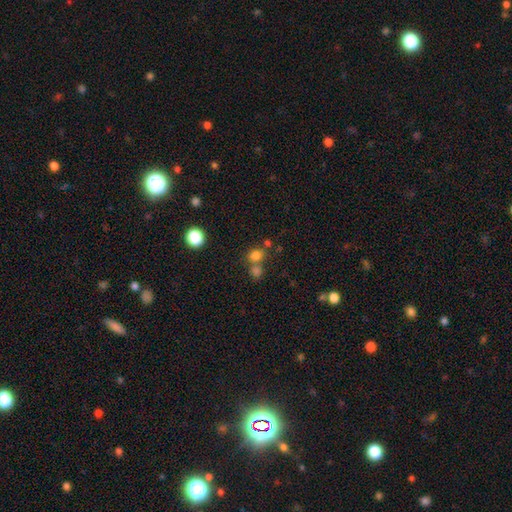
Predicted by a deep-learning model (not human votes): This appears to be a smooth galaxy with no disk features (77%) that is round (75%). Merging: none (58%).